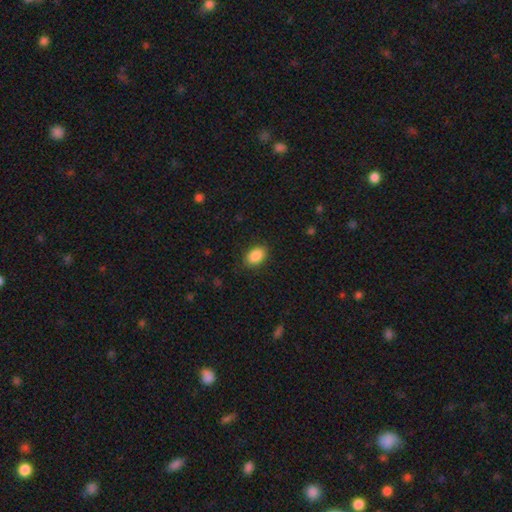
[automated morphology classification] Smooth or featured: smooth — 89% (star or artifact — 8%)
How rounded: in between — 87% (round — 11%)
Merging: none — 86% (minor disturbance — 10%)